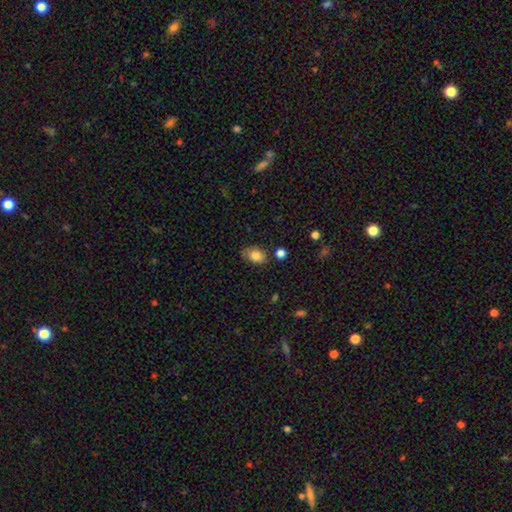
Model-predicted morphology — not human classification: Smooth or featured?
  - smooth: 81% *
  - featured or disk: 10%
  - star or artifact: 9%
How rounded?
  - in between: 80% *
  - round: 19%
  - cigar-shaped: 1%
Merging?
  - none: 73% *
  - minor disturbance: 19%
  - merger: 4%
  - major disturbance: 4%